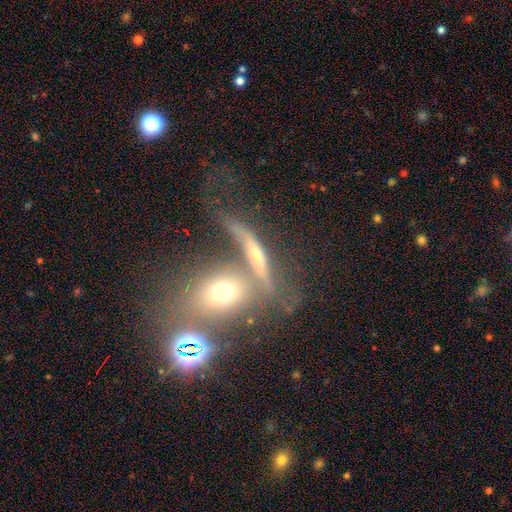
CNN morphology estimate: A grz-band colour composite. It shows a featured or disk galaxy (50%) viewed edge-on (63%). Merging: merger (40%).